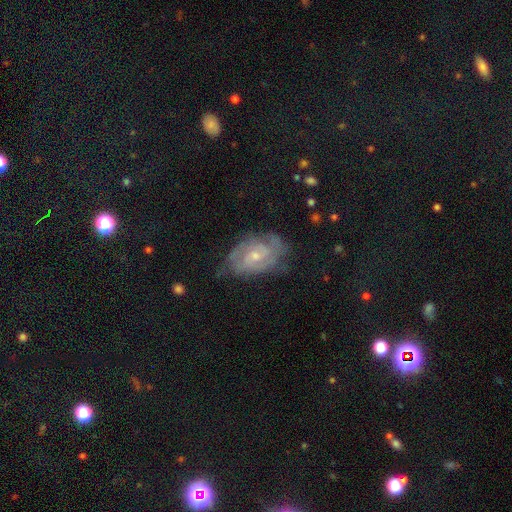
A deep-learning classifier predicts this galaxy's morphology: This appears to be a featured or disk galaxy (79%) with no bar (53%), 2 (44%) tight (54%) spiral arms (91%) and a small central bulge (57%). Merging: none (64%).